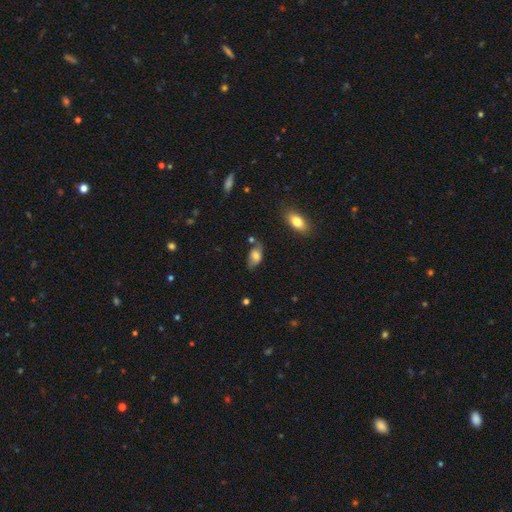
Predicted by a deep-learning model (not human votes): Morphology: type=smooth (71%); roundness=in between (90%); merging=none (59%).